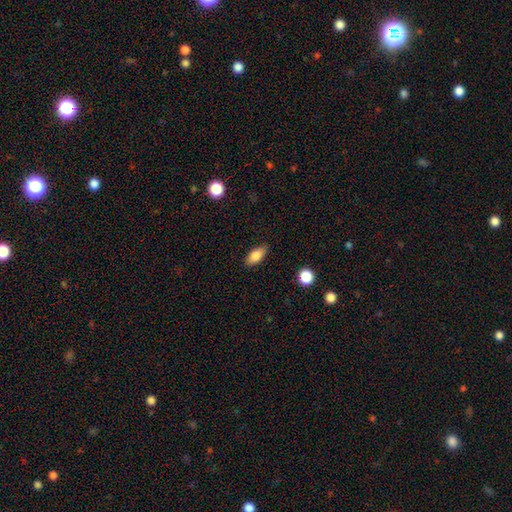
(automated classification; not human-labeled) smooth_or_featured: smooth (p=0.84) [alt: featured or disk p=0.08]
how_rounded: in between (p=0.86) [alt: cigar-shaped p=0.10]
merging: none (p=0.83) [alt: minor disturbance p=0.13]